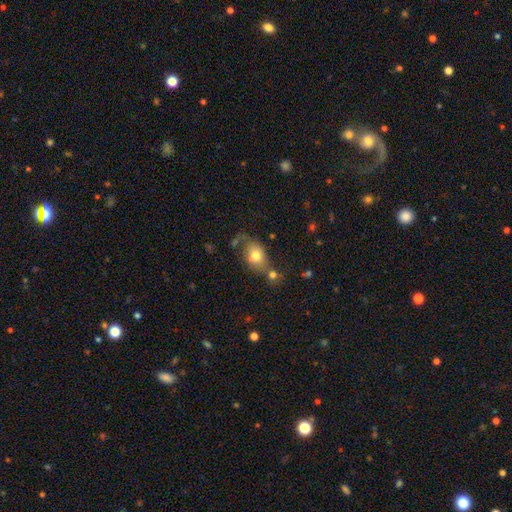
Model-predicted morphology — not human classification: Smooth or featured? Predicted: smooth (p=0.71). How rounded? Predicted: in between (p=0.69). Merging? Predicted: none (p=0.42).